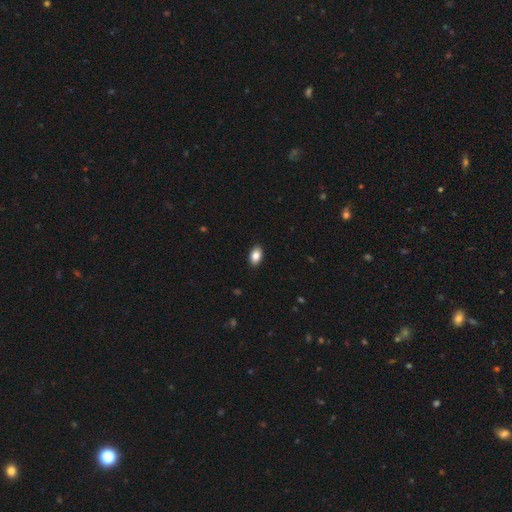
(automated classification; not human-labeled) smooth-or-featured: smooth: 87% | star or artifact: 8% | featured or disk: 6%
  how-rounded: in between: 90% | round: 9% | cigar-shaped: 1%
  merging: none: 90% | minor disturbance: 8% | major disturbance: 2% | merger: 1%